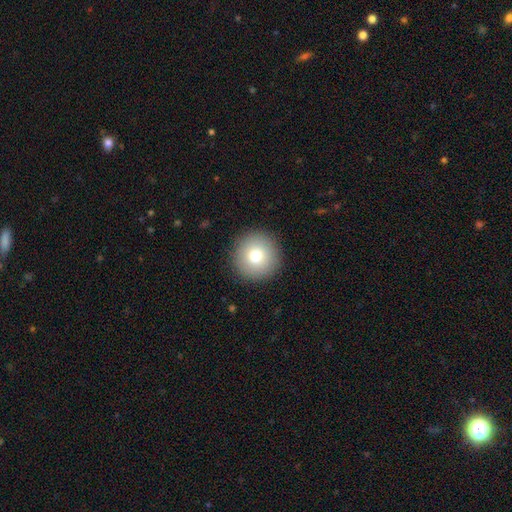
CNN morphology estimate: This appears to be a smooth galaxy with no disk features (77%) that is round (96%). Merging: none (92%).